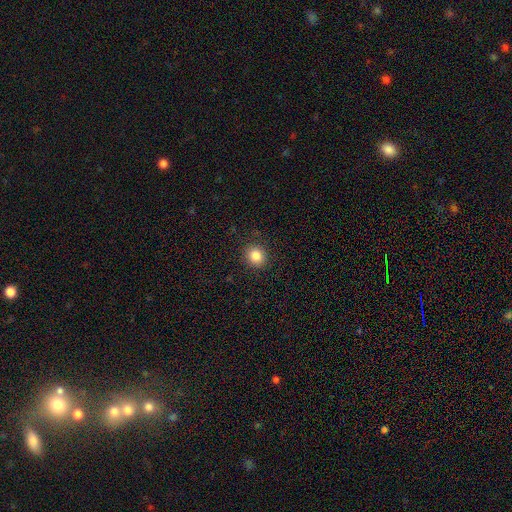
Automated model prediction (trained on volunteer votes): Smooth or featured?
  - smooth: 84% *
  - star or artifact: 11%
  - featured or disk: 5%
How rounded?
  - round: 82% *
  - in between: 17%
  - cigar-shaped: 1%
Merging?
  - none: 90% *
  - minor disturbance: 7%
  - major disturbance: 2%
  - merger: 1%